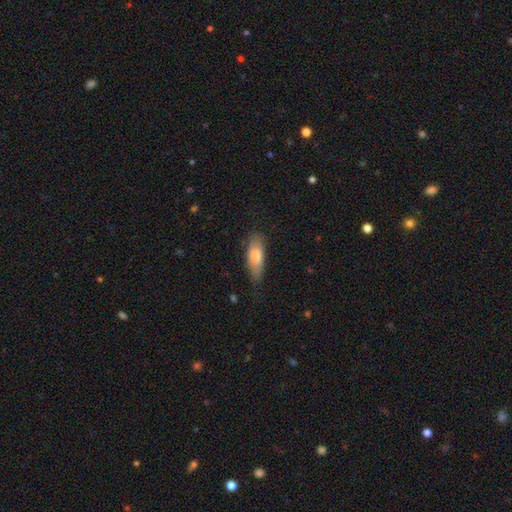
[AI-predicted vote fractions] Overall: smooth (76%). How rounded: in between (65%; cigar-shaped 33%). Merging: none (74%).